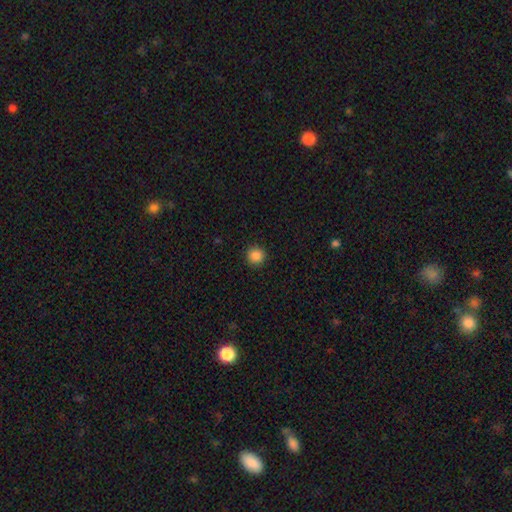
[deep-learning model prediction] smooth 87%, star or artifact 10%, featured or disk 3%. Down the decision tree: how rounded — round (95%); merging — none (92%).